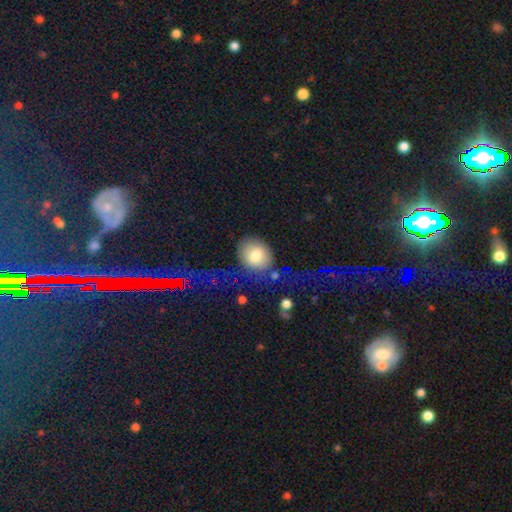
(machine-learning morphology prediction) A smooth galaxy with no disk features (76%) that is round (54%). Merging: none (74%).